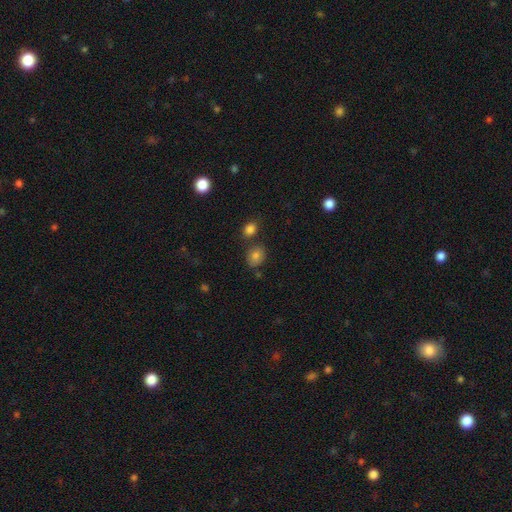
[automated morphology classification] A smooth galaxy with no disk features (80%) that is round (50%).

Vote fractions:
- Smooth or featured? smooth: 80% / star or artifact: 11% / featured or disk: 8%
- How rounded? round: 50% / in between: 49% / cigar-shaped: 1%
- Merging? none: 70% / merger: 13% / minor disturbance: 13% / major disturbance: 4%